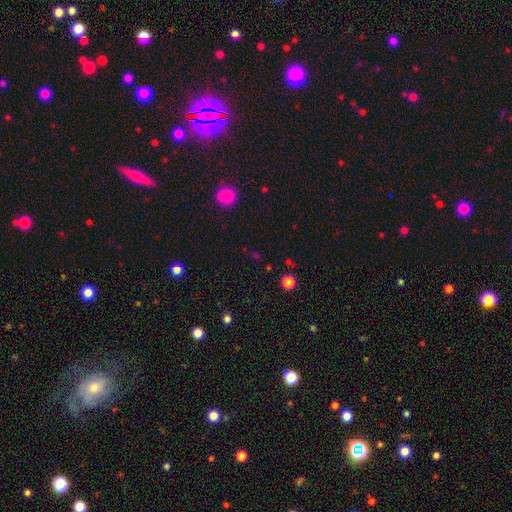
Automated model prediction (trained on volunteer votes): Overall: star or artifact (50%; smooth 43%).